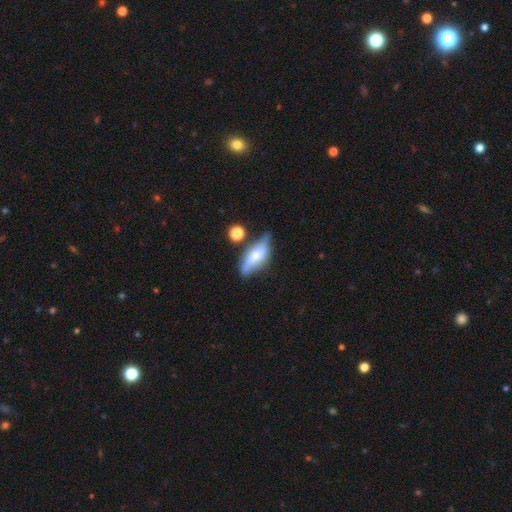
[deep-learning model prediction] Morphology: type=featured or disk (47%); merging=none (52%).